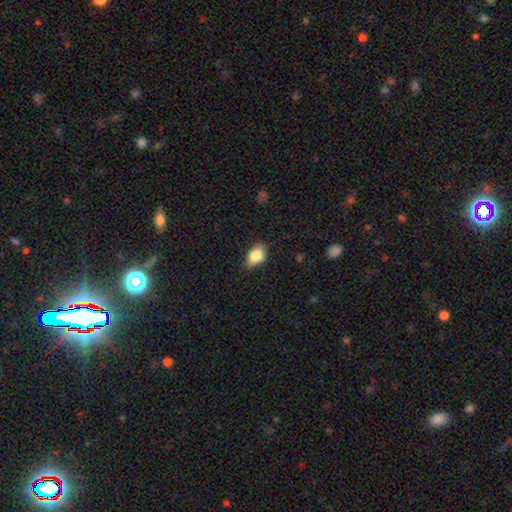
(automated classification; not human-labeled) A smooth galaxy with no disk features (86%) that is in between round and cigar-shaped (85%). Merging: none (81%).